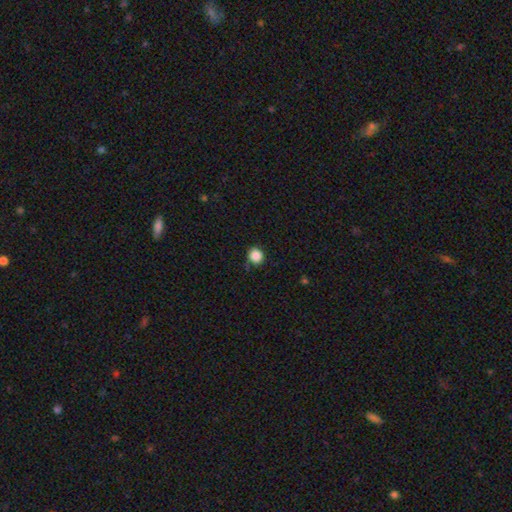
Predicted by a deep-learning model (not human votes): smooth-or-featured: smooth: 87% | star or artifact: 10% | featured or disk: 3%
  how-rounded: round: 90% | in between: 9% | cigar-shaped: 1%
  merging: none: 84% | minor disturbance: 12% | major disturbance: 3% | merger: 2%